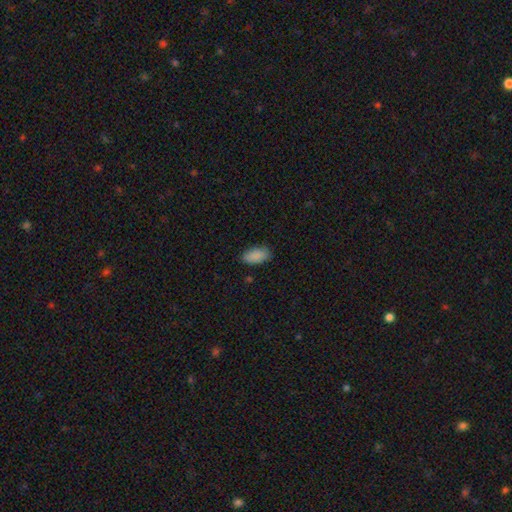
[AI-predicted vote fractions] Smooth or featured: smooth — 89% (star or artifact — 7%)
How rounded: in between — 93% (cigar-shaped — 4%)
Merging: none — 85% (minor disturbance — 12%)